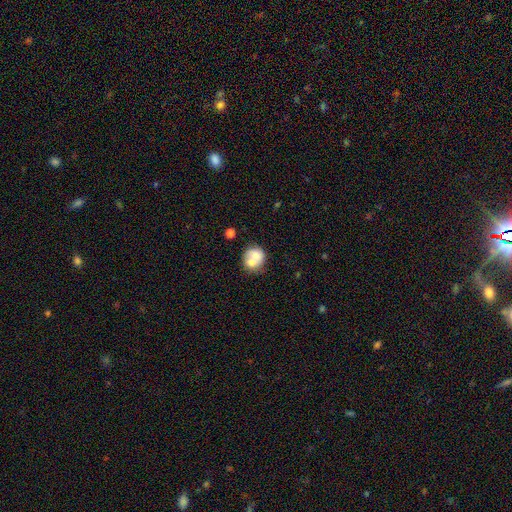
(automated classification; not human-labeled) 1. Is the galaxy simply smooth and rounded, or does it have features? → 65% smooth, 27% featured or disk, 8% star or artifact.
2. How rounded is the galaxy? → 75% round, 24% in between, 1% cigar-shaped.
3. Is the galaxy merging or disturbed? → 55% merger, 30% none, 10% minor disturbance, 5% major disturbance.